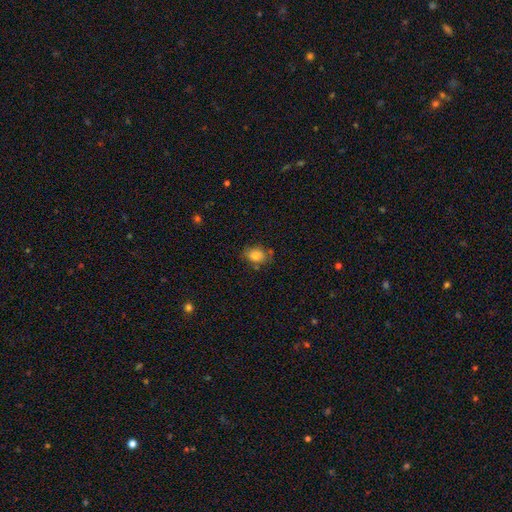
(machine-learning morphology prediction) type=smooth (80%); roundness=in between (64%); merging=none (64%).